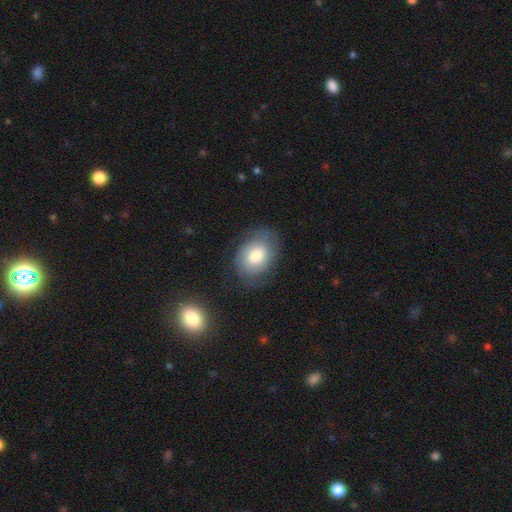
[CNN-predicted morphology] Smooth or featured?
  - smooth: 75% *
  - featured or disk: 18%
  - star or artifact: 8%
How rounded?
  - in between: 72% *
  - round: 27%
  - cigar-shaped: 1%
Merging?
  - none: 71% *
  - minor disturbance: 19%
  - major disturbance: 8%
  - merger: 2%